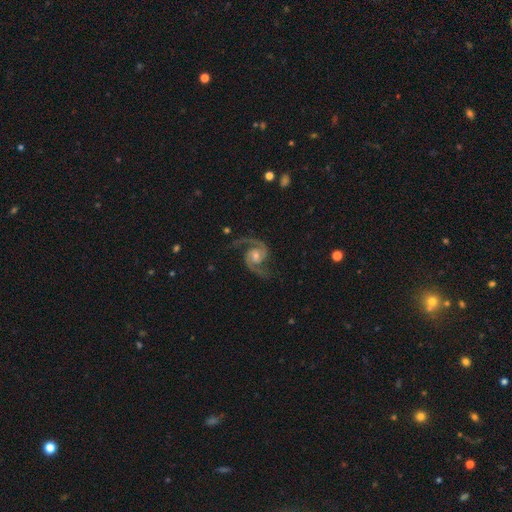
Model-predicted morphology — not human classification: Smooth or featured: featured or disk — 93% (star or artifact — 4%)
Edge-on disk: no — 98% (yes — 2%)
Bar: no — 62% (weak — 29%)
Spiral arms: yes — 99% (no — 1%)
Spiral winding: medium — 62% (loose — 21%)
Spiral arm count: 2 — 94% (3 — 1%)
Bulge size: moderate — 54% (small — 40%)
Merging: none — 81% (minor disturbance — 12%)